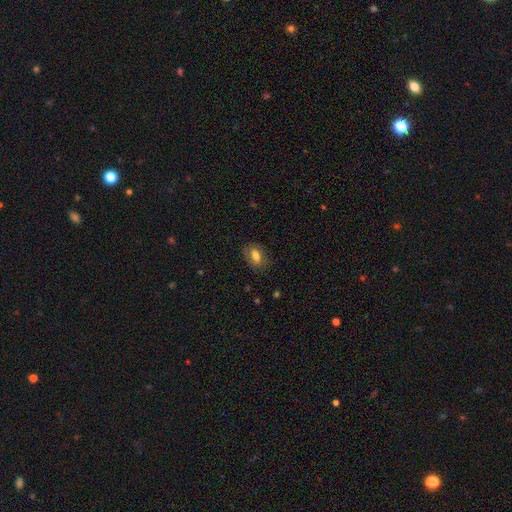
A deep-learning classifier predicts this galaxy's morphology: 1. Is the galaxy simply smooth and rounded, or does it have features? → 69% smooth, 21% featured or disk, 9% star or artifact.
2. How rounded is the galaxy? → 84% in between, 13% round, 3% cigar-shaped.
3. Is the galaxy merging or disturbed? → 76% none, 17% minor disturbance, 6% major disturbance, 1% merger.